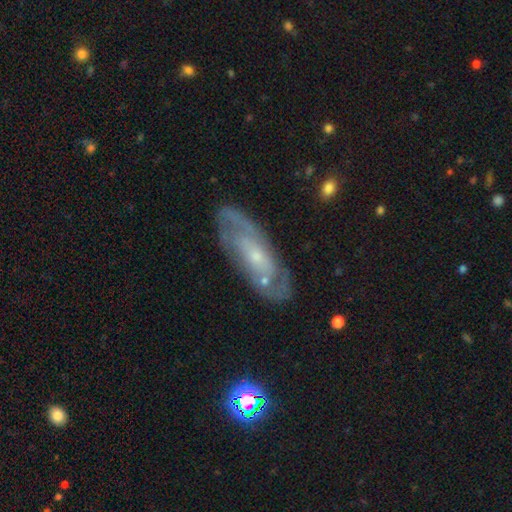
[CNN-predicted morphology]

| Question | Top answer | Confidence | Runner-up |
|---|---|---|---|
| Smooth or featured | featured or disk | 77% | smooth (16%) |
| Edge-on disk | no | 87% | yes (13%) |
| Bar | no | 61% | weak (31%) |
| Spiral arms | yes | 85% | no (15%) |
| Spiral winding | tight | 51% | medium (36%) |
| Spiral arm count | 2 | 48% | can't tell (37%) |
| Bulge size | small | 69% | moderate (24%) |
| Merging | none | 76% | minor disturbance (16%) |